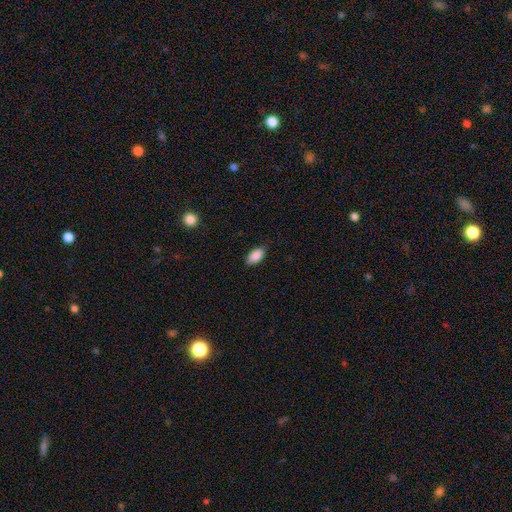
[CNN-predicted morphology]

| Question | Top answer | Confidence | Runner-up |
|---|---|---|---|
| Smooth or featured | smooth | 89% | star or artifact (7%) |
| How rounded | in between | 93% | cigar-shaped (3%) |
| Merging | none | 82% | minor disturbance (14%) |